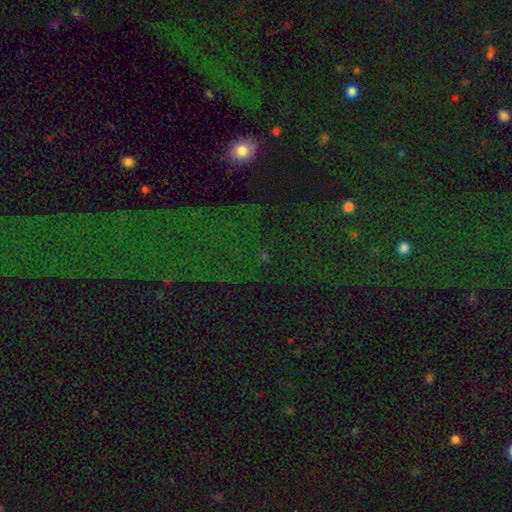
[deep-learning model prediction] This is likely a star or artifact rather than a galaxy (77%).